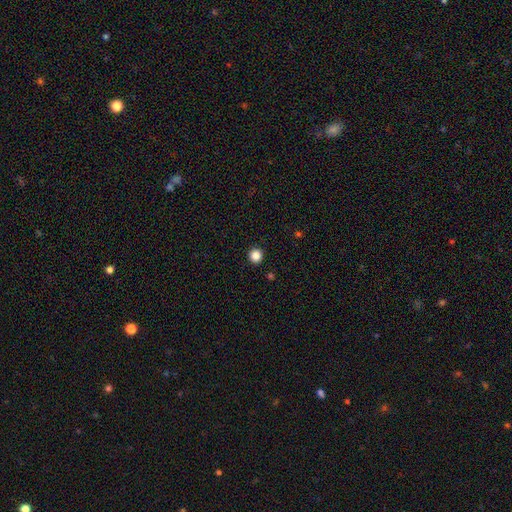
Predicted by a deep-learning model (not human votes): smooth-or-featured: smooth: 85% | star or artifact: 12% | featured or disk: 3%
  how-rounded: round: 95% | in between: 4% | cigar-shaped: 1%
  merging: none: 94% | minor disturbance: 4% | major disturbance: 1% | merger: 1%